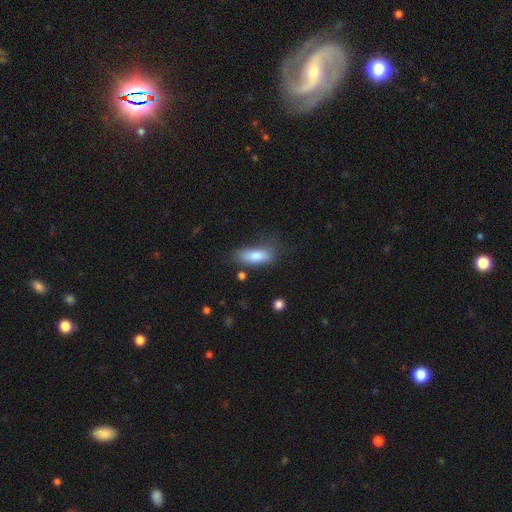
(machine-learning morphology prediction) A smooth galaxy with no disk features (79%) that is in between round and cigar-shaped (75%). Merging: none (56%).